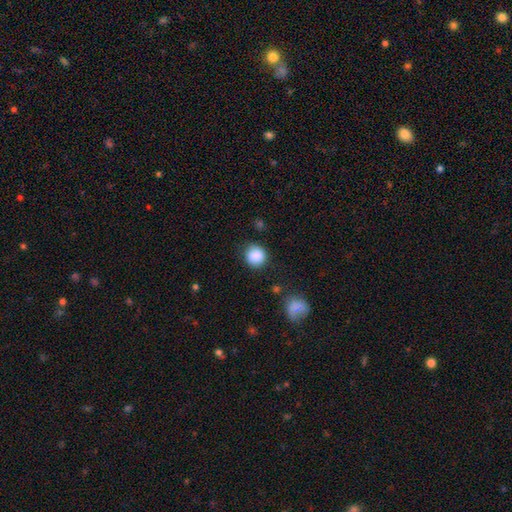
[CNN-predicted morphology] smooth_or_featured: smooth (p=0.88) [alt: star or artifact p=0.09]
how_rounded: round (p=0.89) [alt: in between p=0.10]
merging: none (p=0.84) [alt: minor disturbance p=0.10]